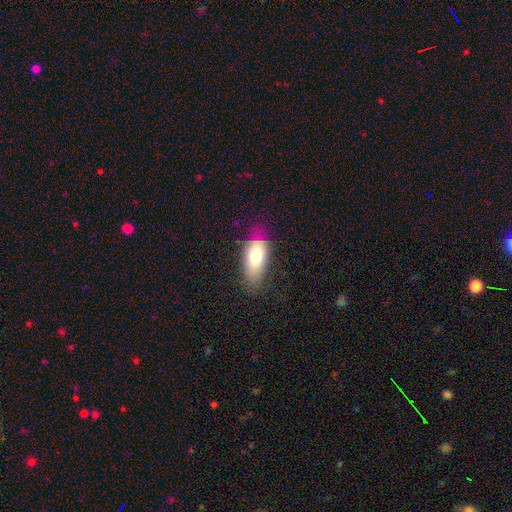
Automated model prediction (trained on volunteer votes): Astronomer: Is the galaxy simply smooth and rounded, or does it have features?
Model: smooth — 73%.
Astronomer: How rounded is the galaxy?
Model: in between — 88%.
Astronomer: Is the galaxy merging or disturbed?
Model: none — 61%.